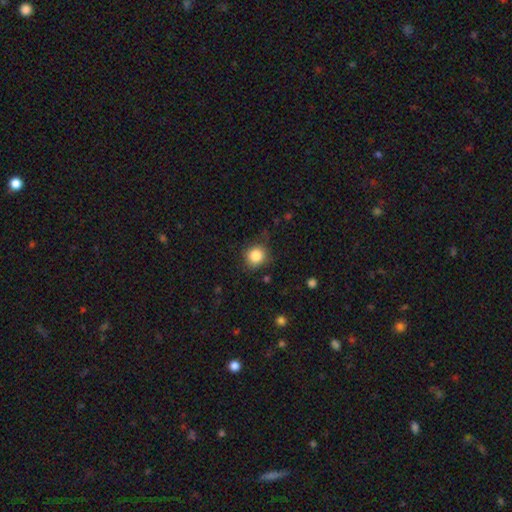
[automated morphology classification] Q: Smooth or featured?
A: smooth (85%); runner-up: star or artifact (10%)
Q: How rounded?
A: round (88%); runner-up: in between (11%)
Q: Merging?
A: none (80%); runner-up: minor disturbance (15%)